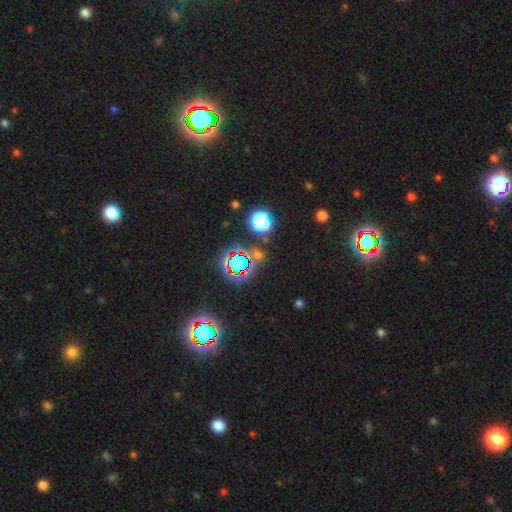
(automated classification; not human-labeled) smooth_or_featured: star or artifact (p=0.70) [alt: smooth p=0.22]